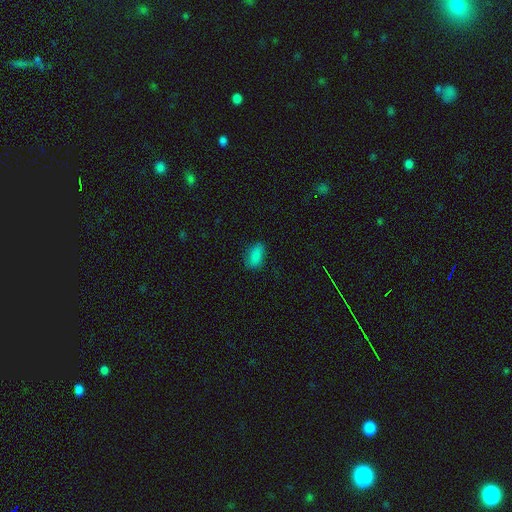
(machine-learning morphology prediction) Q: Smooth or featured?
A: smooth (84%); runner-up: star or artifact (11%)
Q: How rounded?
A: in between (90%); runner-up: round (5%)
Q: Merging?
A: none (80%); runner-up: minor disturbance (16%)